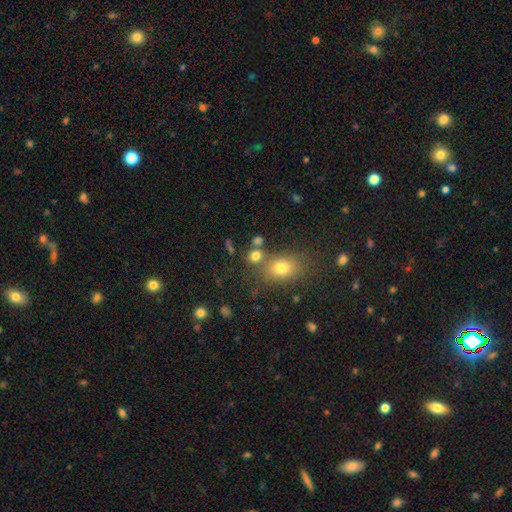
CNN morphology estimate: type=smooth (75%); roundness=round (57%); merging=none (59%).